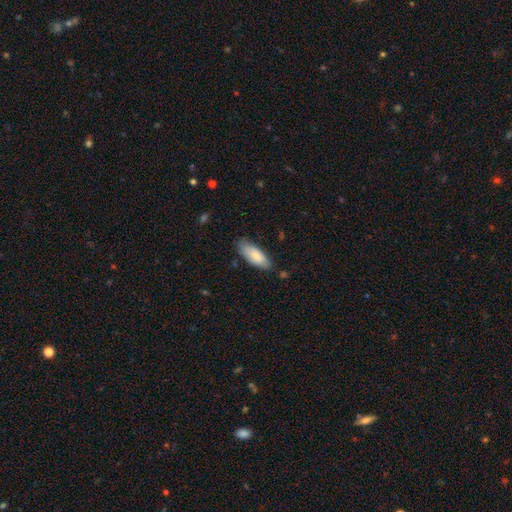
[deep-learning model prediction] A smooth galaxy with no disk features (82%) that is in between round and cigar-shaped (74%).

Vote fractions:
- Smooth or featured? smooth: 82% / featured or disk: 13% / star or artifact: 6%
- How rounded? in between: 74% / cigar-shaped: 25% / round: 2%
- Merging? none: 77% / minor disturbance: 18% / major disturbance: 3% / merger: 2%